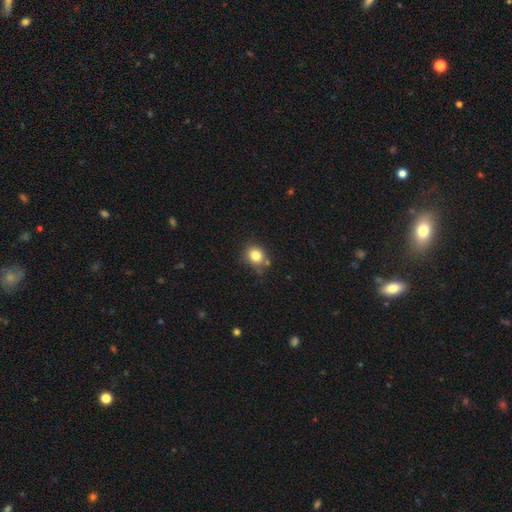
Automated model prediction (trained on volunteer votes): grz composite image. It shows a smooth galaxy with no disk features (80%) that is round (77%). Merging: none (70%).